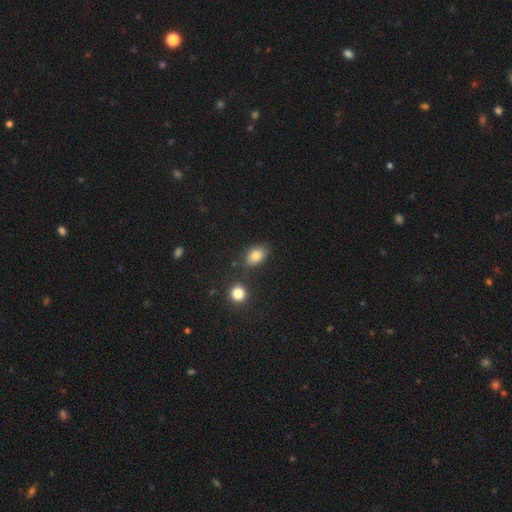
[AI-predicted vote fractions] A smooth galaxy with no disk features (82%) that is in between round and cigar-shaped (79%). Merging: none (75%).